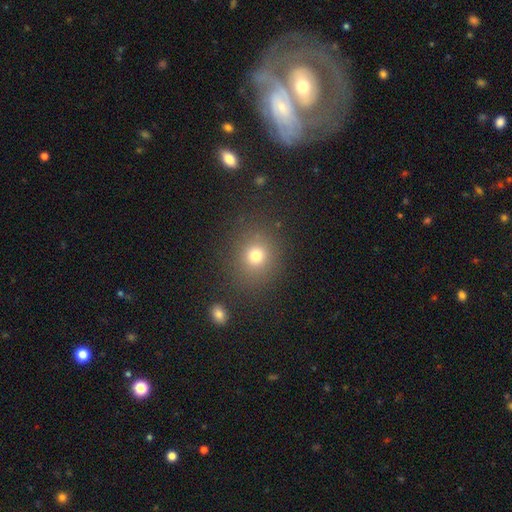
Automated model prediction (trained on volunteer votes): smooth-or-featured: smooth: 74% | star or artifact: 18% | featured or disk: 8%
  how-rounded: round: 80% | in between: 19% | cigar-shaped: 1%
  merging: none: 84% | minor disturbance: 9% | major disturbance: 4% | merger: 3%